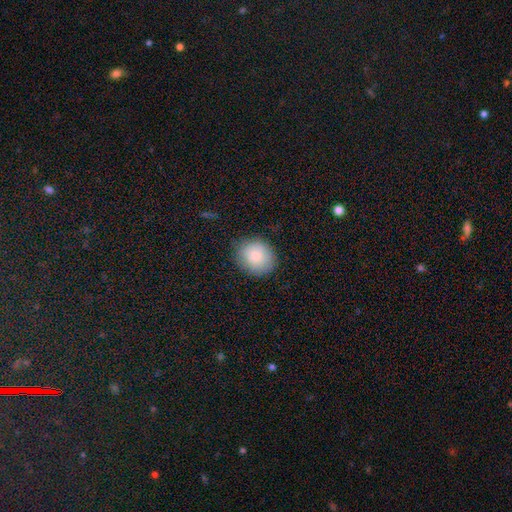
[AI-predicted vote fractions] A smooth galaxy with no disk features (83%) that is round (76%). Merging: none (83%).